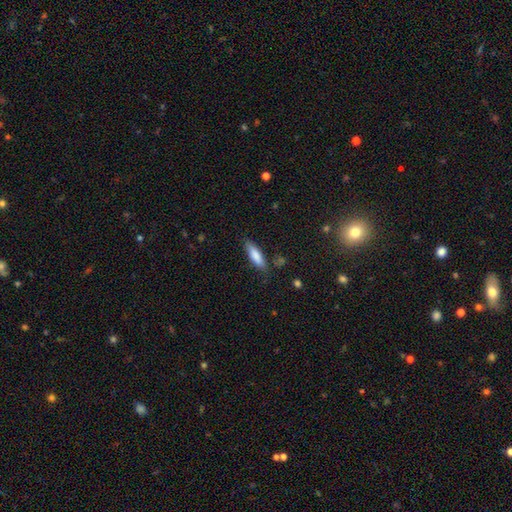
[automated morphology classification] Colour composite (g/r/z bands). It shows a smooth galaxy with no disk features (81%) that is cigar-shaped (61%). Merging: none (78%).